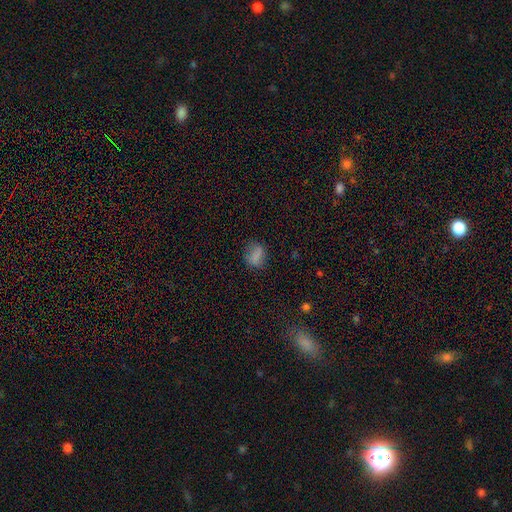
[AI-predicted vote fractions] smooth 75%, star or artifact 15%, featured or disk 10%. Down the decision tree: how rounded — in between (60%); merging — none (72%).